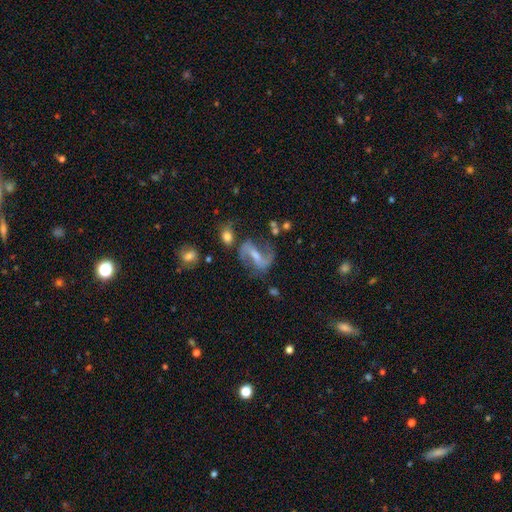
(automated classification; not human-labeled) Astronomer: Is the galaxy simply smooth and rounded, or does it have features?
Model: featured or disk — 83%.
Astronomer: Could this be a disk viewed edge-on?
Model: no — 96%.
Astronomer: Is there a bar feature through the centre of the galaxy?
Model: strong — 50% (runner-up: weak, 36%).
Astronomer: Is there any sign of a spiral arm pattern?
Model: yes — 93%.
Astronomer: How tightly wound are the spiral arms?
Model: loose — 47% (runner-up: medium, 43%).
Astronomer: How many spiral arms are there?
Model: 2 — 90%.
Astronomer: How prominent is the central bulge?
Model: small — 47% (runner-up: moderate, 37%).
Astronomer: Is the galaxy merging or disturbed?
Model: none — 63%.